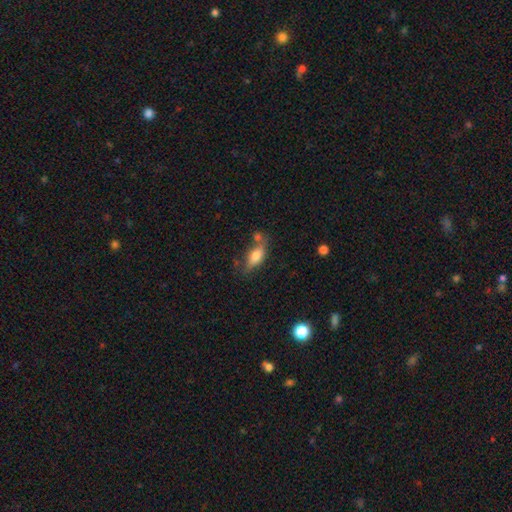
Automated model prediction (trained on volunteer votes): The model was most divided on "merging": none: 53%, minor disturbance: 21%, merger: 19%, major disturbance: 8%. More confident: how rounded — in between (78%); smooth or featured — smooth (72%).